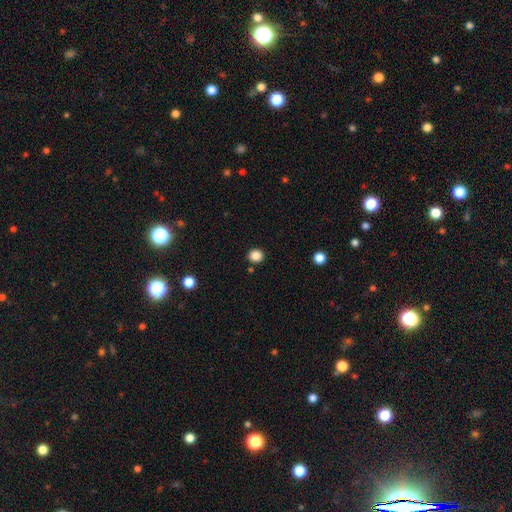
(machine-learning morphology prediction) Smooth or featured? Predicted: smooth (p=0.86). How rounded? Predicted: round (p=0.86). Merging? Predicted: none (p=0.89).